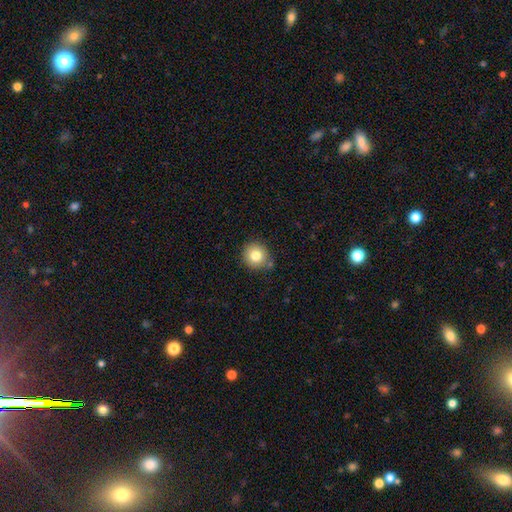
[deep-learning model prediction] smooth-or-featured: smooth: 80% | star or artifact: 10% | featured or disk: 9%
  how-rounded: round: 89% | in between: 10% | cigar-shaped: 1%
  merging: none: 79% | minor disturbance: 14% | merger: 5% | major disturbance: 3%